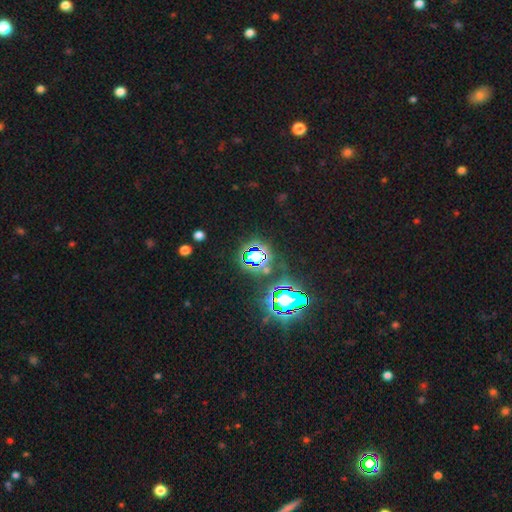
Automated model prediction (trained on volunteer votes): Smooth or featured? Predicted: star or artifact (p=0.70).